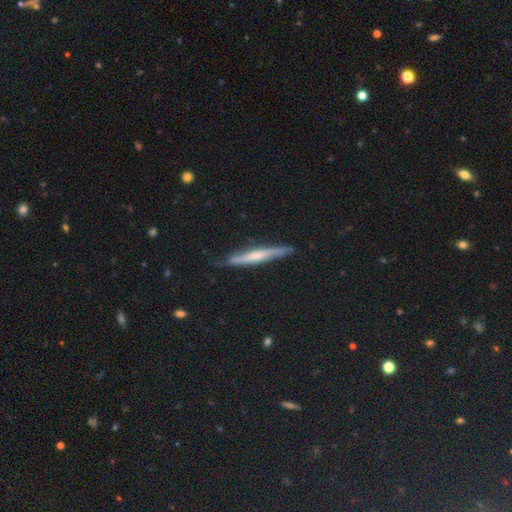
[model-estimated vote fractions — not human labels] A featured or disk galaxy (56%) viewed edge-on (87%). Merging: none (73%).